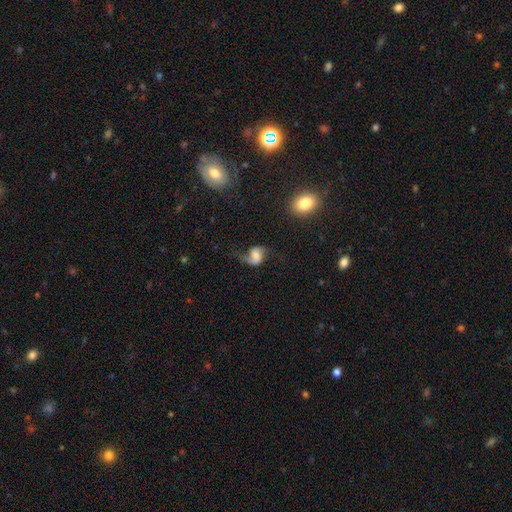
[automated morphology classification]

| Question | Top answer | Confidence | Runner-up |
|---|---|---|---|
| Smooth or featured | featured or disk | 65% | smooth (26%) |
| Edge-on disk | no | 97% | yes (3%) |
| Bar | no | 41% | tied: weak (41%) |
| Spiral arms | yes | 91% | no (9%) |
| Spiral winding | loose | 75% | medium (20%) |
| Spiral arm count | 2 | 68% | 1 (27%) |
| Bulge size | moderate | 40% | small (28%) |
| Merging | none | 46% | major disturbance (29%) |